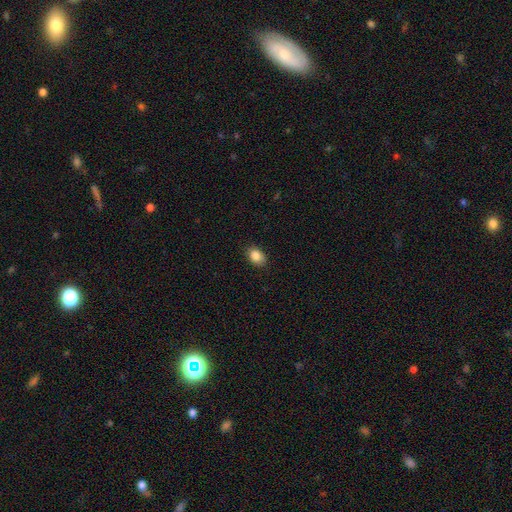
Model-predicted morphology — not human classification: The model was most divided on "how rounded": in between: 78%, round: 20%, cigar-shaped: 1%. More confident: merging — none (88%); smooth or featured — smooth (86%).